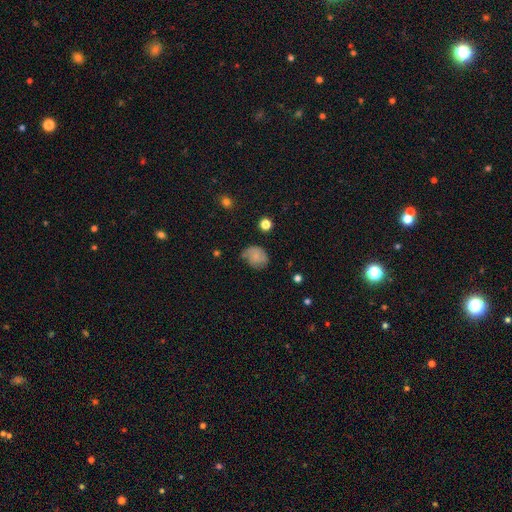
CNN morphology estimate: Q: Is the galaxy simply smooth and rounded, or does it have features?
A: smooth — 68%.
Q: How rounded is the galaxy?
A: round — 51%.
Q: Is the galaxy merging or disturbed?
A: none — 54%.